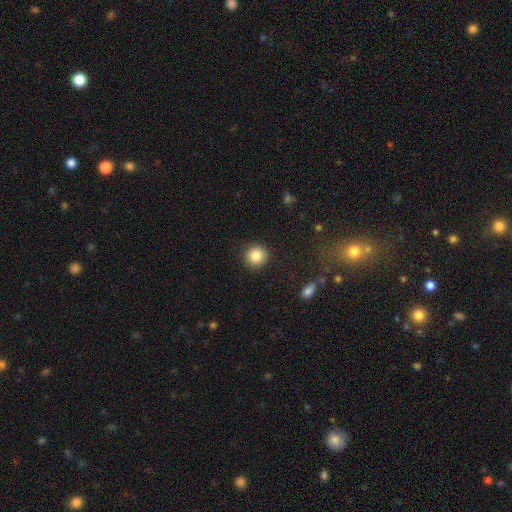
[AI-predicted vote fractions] smooth_or_featured: smooth (p=0.85) [alt: star or artifact p=0.09]
how_rounded: round (p=0.93) [alt: in between p=0.06]
merging: none (p=0.91) [alt: minor disturbance p=0.05]